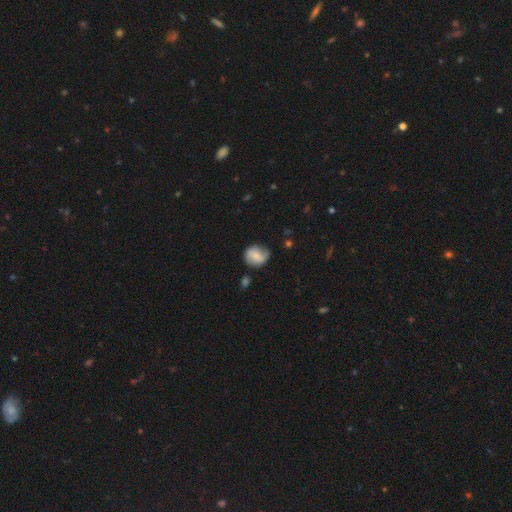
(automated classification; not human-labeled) Smooth or featured: smooth — 54% (featured or disk — 38%)
How rounded: round — 76% (in between — 22%)
Merging: none — 64% (minor disturbance — 25%)